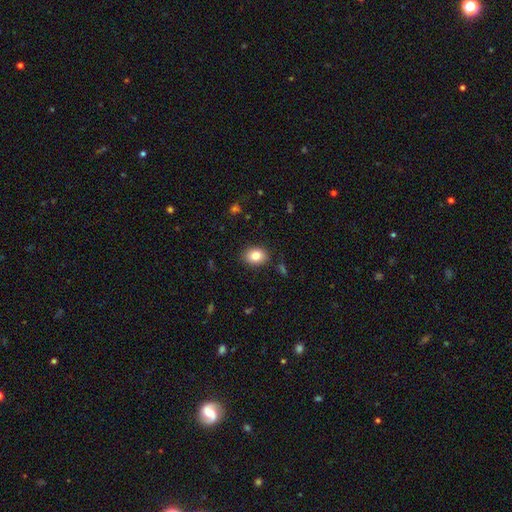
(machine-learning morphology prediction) Smooth or featured: smooth — 84% (star or artifact — 9%)
How rounded: in between — 67% (round — 32%)
Merging: none — 87% (minor disturbance — 9%)